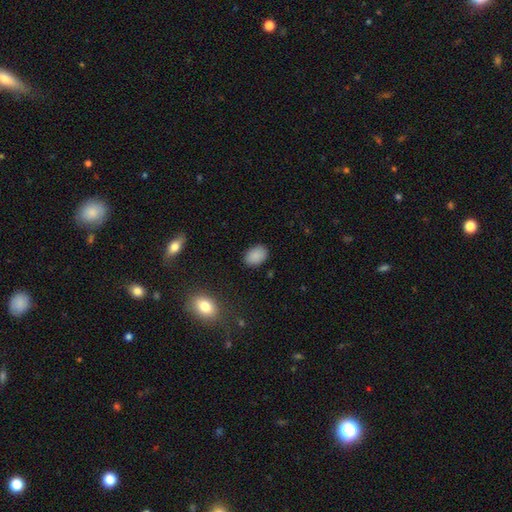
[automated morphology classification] This appears to be a smooth galaxy with no disk features (87%) that is in between round and cigar-shaped (85%). Merging: none (86%).